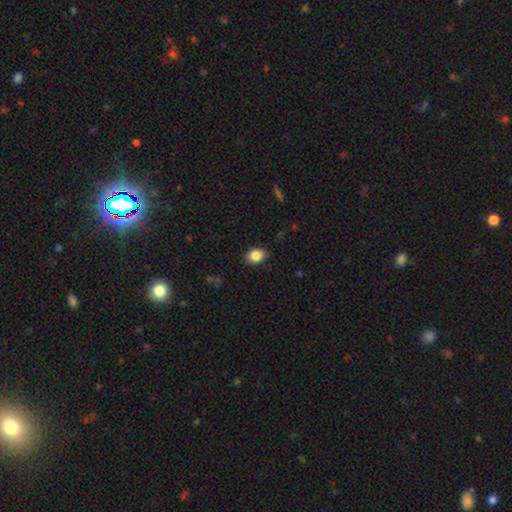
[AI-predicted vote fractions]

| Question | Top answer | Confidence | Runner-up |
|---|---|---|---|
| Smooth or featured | smooth | 85% | star or artifact (9%) |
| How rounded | in between | 60% | round (39%) |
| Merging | none | 86% | minor disturbance (11%) |